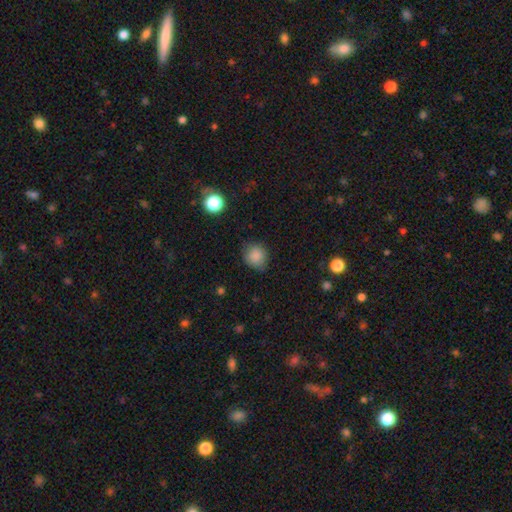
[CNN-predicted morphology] A smooth galaxy with no disk features (86%) that is round (77%).

Vote fractions:
- Smooth or featured? smooth: 86% / star or artifact: 10% / featured or disk: 4%
- How rounded? round: 77% / in between: 22% / cigar-shaped: 1%
- Merging? none: 75% / minor disturbance: 19% / major disturbance: 4% / merger: 1%